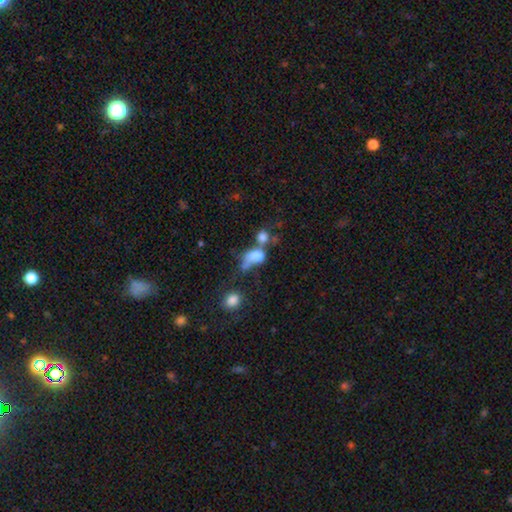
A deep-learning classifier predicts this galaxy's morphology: A smooth galaxy with no disk features (67%) that is in between round and cigar-shaped (68%).

Vote fractions:
- Smooth or featured? smooth: 67% / featured or disk: 20% / star or artifact: 13%
- How rounded? in between: 68% / round: 28% / cigar-shaped: 4%
- Merging? merger: 55% / major disturbance: 20% / none: 15% / minor disturbance: 10%